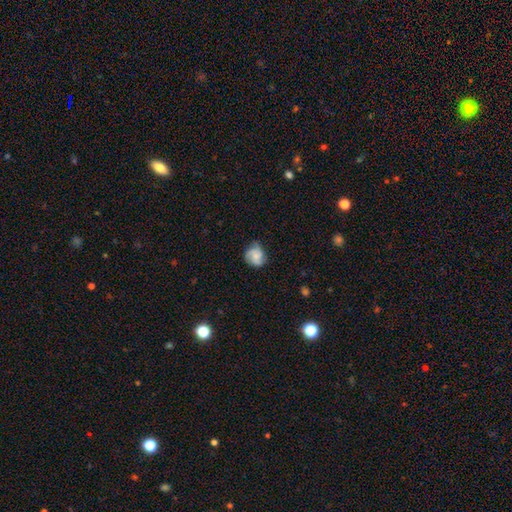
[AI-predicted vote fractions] Morphology: type=featured or disk (50%); edge-on=no (98%); merging=none (64%).